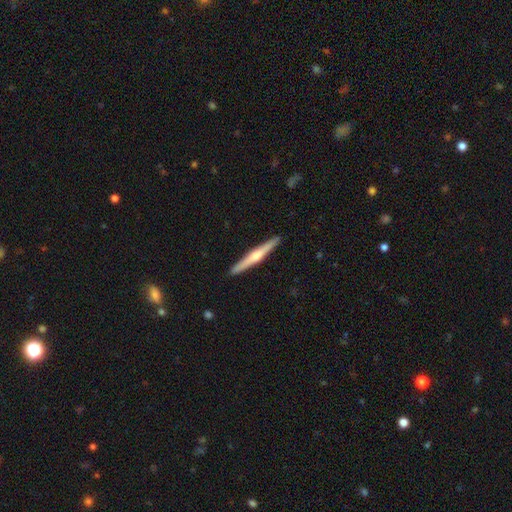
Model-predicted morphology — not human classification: type=featured or disk (66%); edge-on=yes (98%); edge-on bulge=rounded (83%); merging=none (92%).